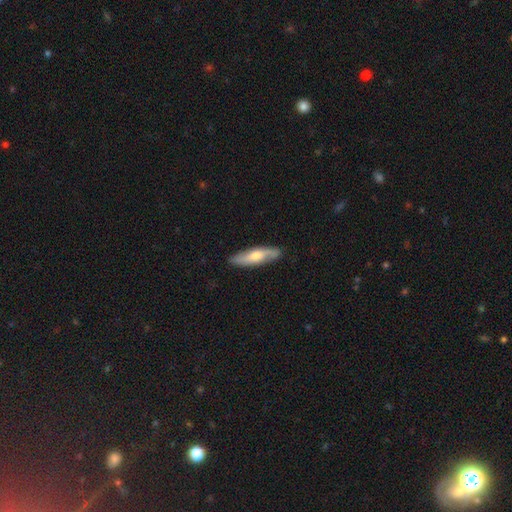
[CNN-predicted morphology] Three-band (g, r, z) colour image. It shows a smooth galaxy with no disk features (49%). Merging: none (85%).